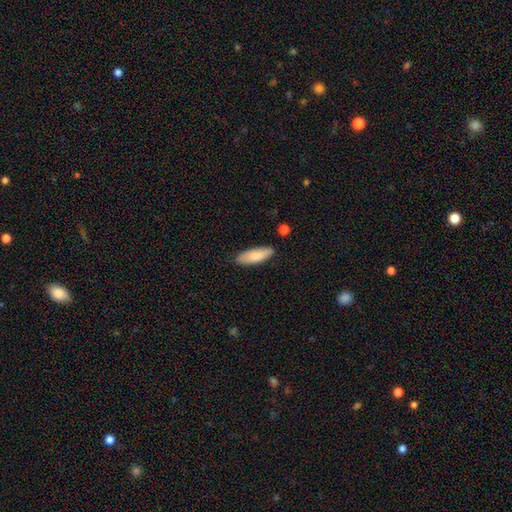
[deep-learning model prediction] This appears to be a smooth galaxy with no disk features (82%) that is in between round and cigar-shaped (60%). Merging: none (85%).